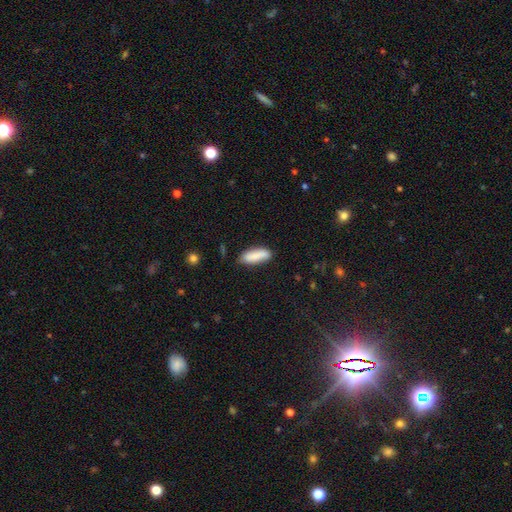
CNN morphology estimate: Smooth or featured: smooth — 84% (featured or disk — 9%)
How rounded: in between — 59% (cigar-shaped — 39%)
Merging: none — 76% (minor disturbance — 18%)